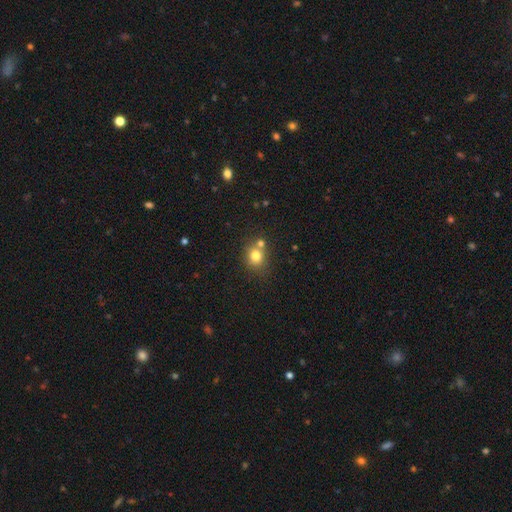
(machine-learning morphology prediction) smooth 77%, star or artifact 13%, featured or disk 10%. Down the decision tree: how rounded — round (73%); merging — none (60%).